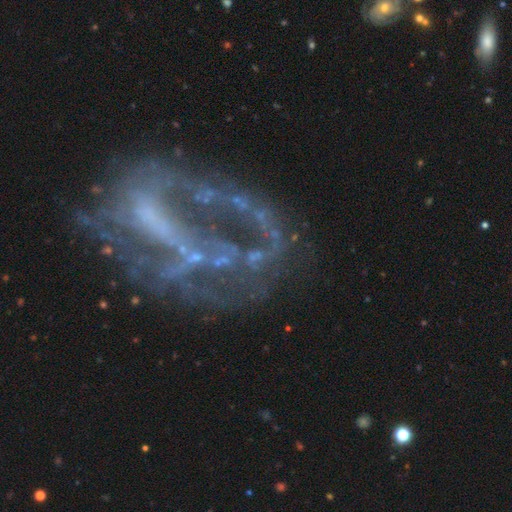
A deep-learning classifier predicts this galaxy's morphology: A featured or disk galaxy (75%) with no bar (47%), no spiral arms (50%, tied with yes) and no central bulge (60%).

Vote fractions:
- Smooth or featured? featured or disk: 75% / star or artifact: 15% / smooth: 10%
- Edge-on disk? no: 96% / yes: 4%
- Bar? no: 47% / weak: 29% / strong: 24%
- Spiral arms? no: 50% (tied) / yes: 50% (tied)
- Bulge size? none: 60% / small: 24% / moderate: 12% / large: 2% / dominant: 2%
- Merging? major disturbance: 39% / none: 38% / minor disturbance: 15% / merger: 8%